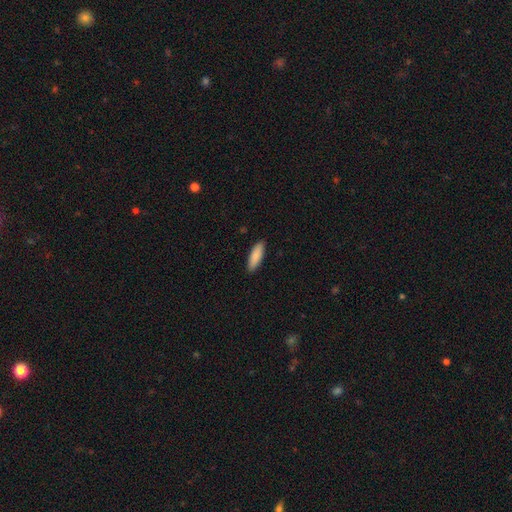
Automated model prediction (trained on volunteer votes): Q: Smooth or featured?
A: smooth (89%); runner-up: featured or disk (6%)
Q: How rounded?
A: cigar-shaped (50%); runner-up: in between (49%)
Q: Merging?
A: none (90%); runner-up: minor disturbance (8%)